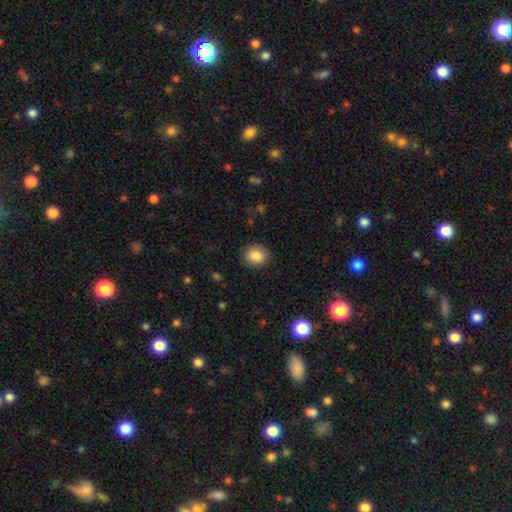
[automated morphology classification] A smooth galaxy with no disk features (87%) that is round (68%).

Vote fractions:
- Smooth or featured? smooth: 87% / star or artifact: 9% / featured or disk: 5%
- How rounded? round: 68% / in between: 31% / cigar-shaped: 1%
- Merging? none: 88% / minor disturbance: 9% / major disturbance: 3% / merger: 1%